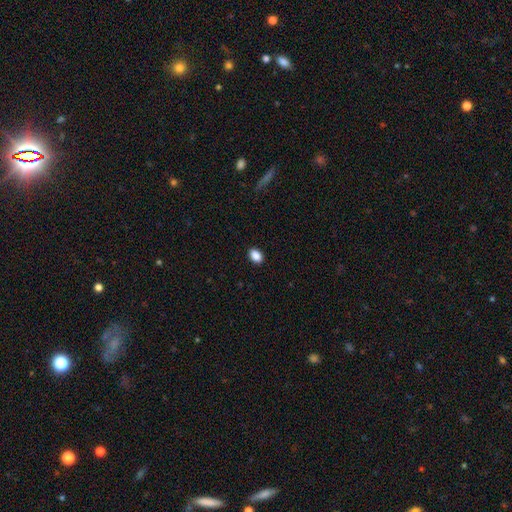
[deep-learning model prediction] smooth 89%, star or artifact 9%, featured or disk 3%. Down the decision tree: how rounded — in between (83%); merging — none (90%).